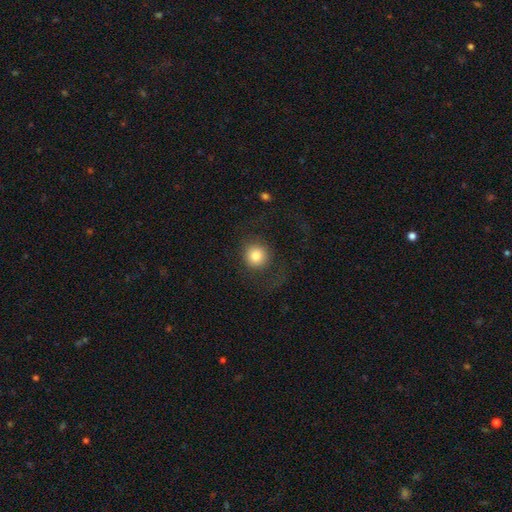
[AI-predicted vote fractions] A smooth galaxy with no disk features (80%) that is round (91%). Merging: none (73%).